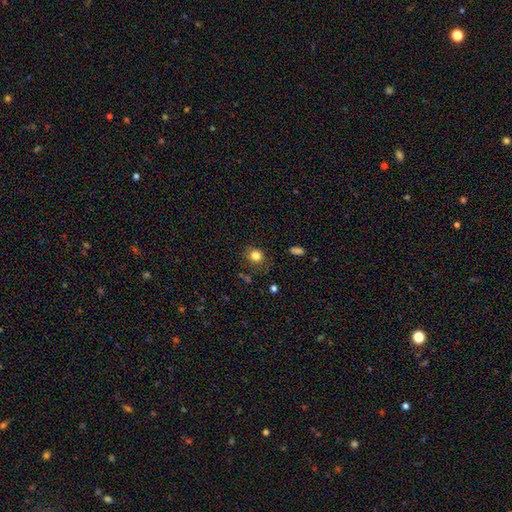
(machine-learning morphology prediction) A smooth galaxy with no disk features (82%) that is round (77%). Merging: none (77%).